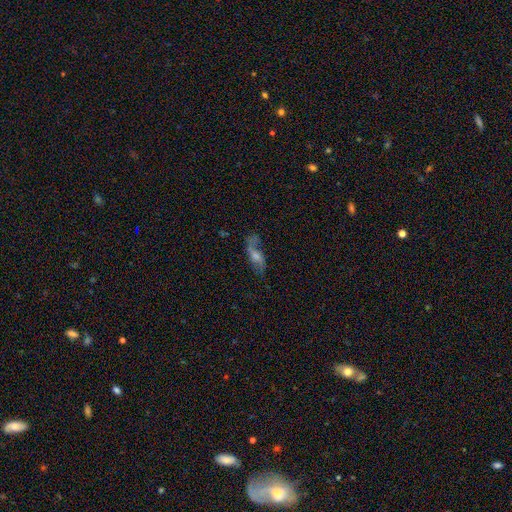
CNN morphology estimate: A featured or disk galaxy (59%).

Vote fractions:
- Smooth or featured? featured or disk: 59% / smooth: 31% / star or artifact: 10%
- Edge-on disk? no: 82% / yes: 18%
- Merging? none: 56% / minor disturbance: 23% / major disturbance: 16% / merger: 4%